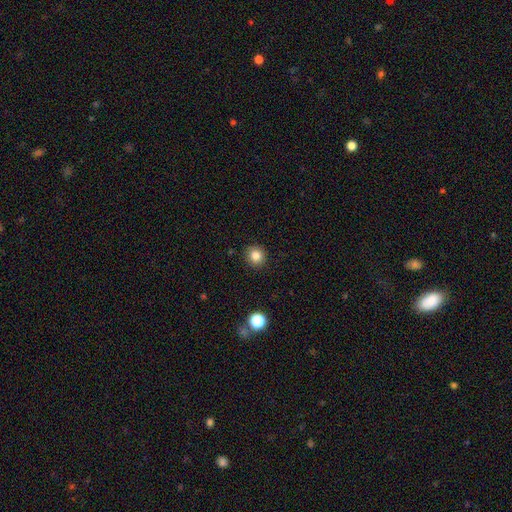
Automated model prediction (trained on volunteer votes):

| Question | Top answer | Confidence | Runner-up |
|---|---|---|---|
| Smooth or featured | smooth | 83% | star or artifact (12%) |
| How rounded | round | 91% | in between (8%) |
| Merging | none | 91% | minor disturbance (6%) |